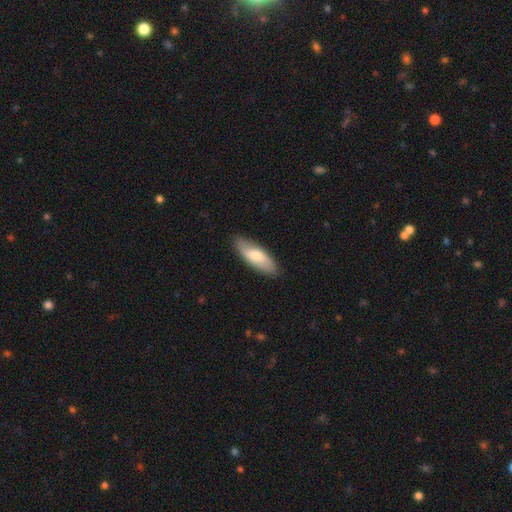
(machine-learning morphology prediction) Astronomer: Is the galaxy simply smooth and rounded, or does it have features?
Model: smooth — 66%.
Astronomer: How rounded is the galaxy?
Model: in between — 67%.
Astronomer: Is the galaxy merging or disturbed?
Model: none — 86%.